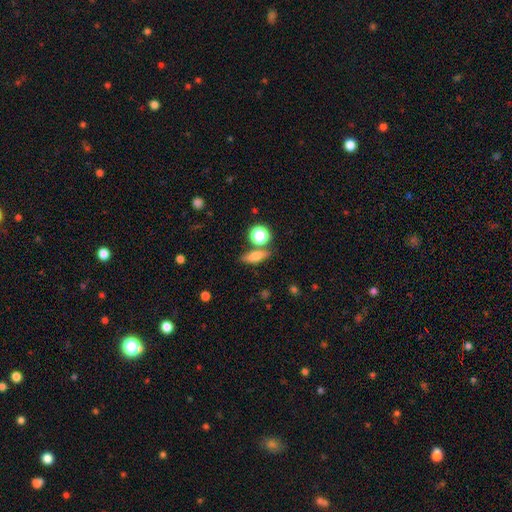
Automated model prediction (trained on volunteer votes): smooth 63%, featured or disk 24%, star or artifact 13%. Down the decision tree: how rounded — in between (47%); merging — none (73%).